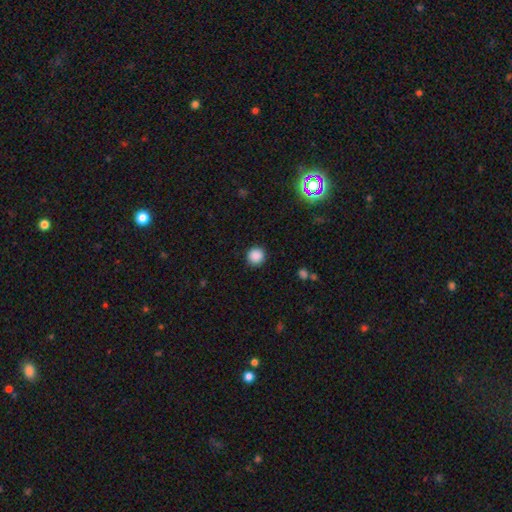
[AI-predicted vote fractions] smooth-or-featured: smooth: 87% | star or artifact: 10% | featured or disk: 3%
  how-rounded: round: 95% | in between: 4% | cigar-shaped: 1%
  merging: none: 91% | minor disturbance: 6% | major disturbance: 2% | merger: 1%